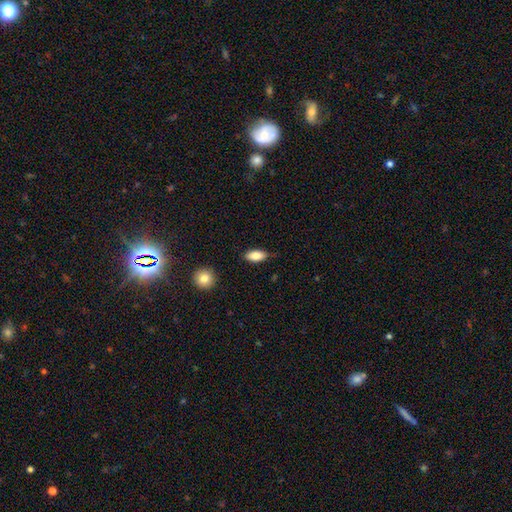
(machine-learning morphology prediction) Overall: smooth (83%). How rounded: in between (89%). Merging: none (80%).